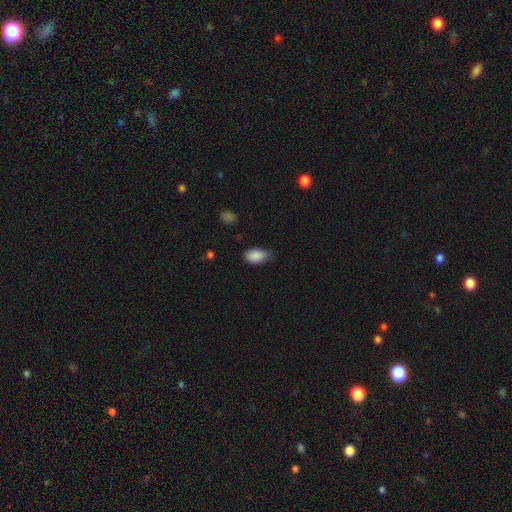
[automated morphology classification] Smooth or featured?
  - smooth: 88% *
  - star or artifact: 8%
  - featured or disk: 4%
How rounded?
  - in between: 92% *
  - round: 6%
  - cigar-shaped: 2%
Merging?
  - none: 63% *
  - minor disturbance: 31%
  - major disturbance: 5%
  - merger: 1%